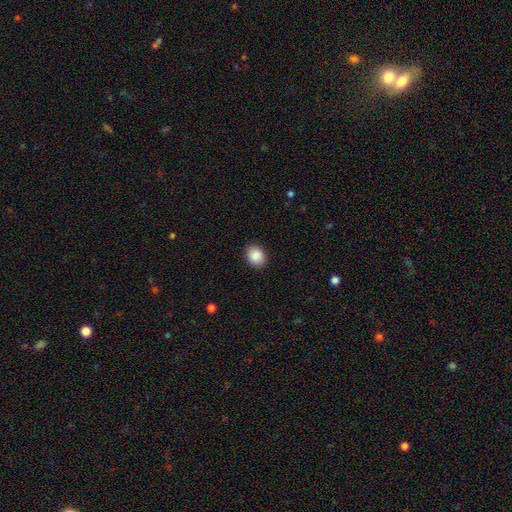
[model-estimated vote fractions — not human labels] Overall: smooth (89%). How rounded: in between (50%, tied with round). Merging: none (90%).